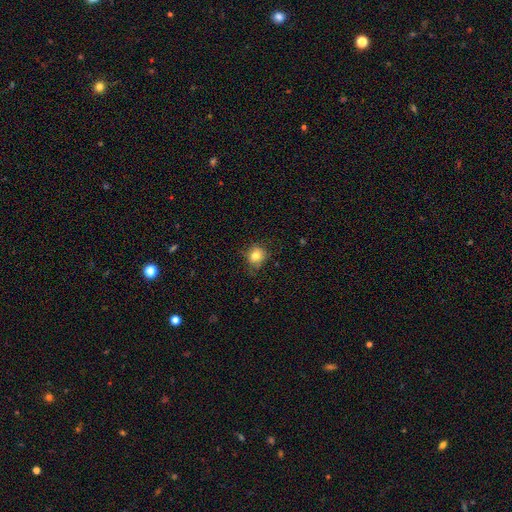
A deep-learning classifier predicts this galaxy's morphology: type=smooth (78%); roundness=round (83%); merging=none (73%).